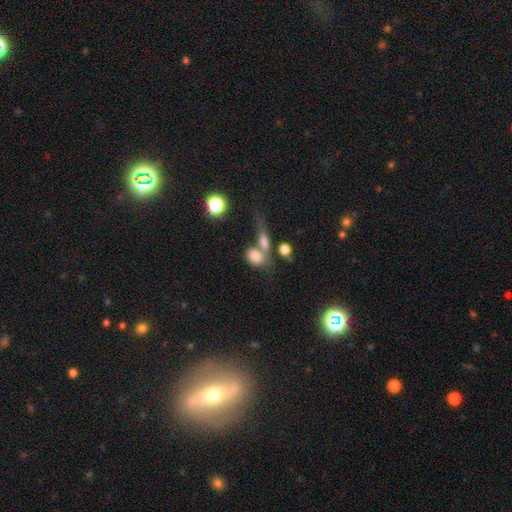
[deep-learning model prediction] This is likely a smooth galaxy (78%). How rounded: possibly in between (56%). Merging: possibly merger (50%).